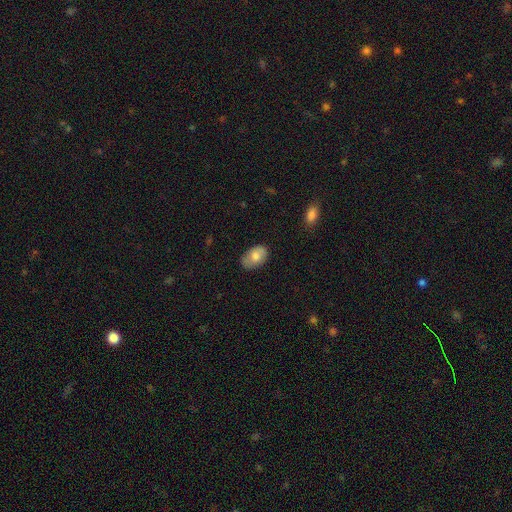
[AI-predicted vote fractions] The model was most divided on "merging": none: 75%, minor disturbance: 20%, major disturbance: 4%, merger: 1%. More confident: how rounded — in between (89%); smooth or featured — smooth (74%).